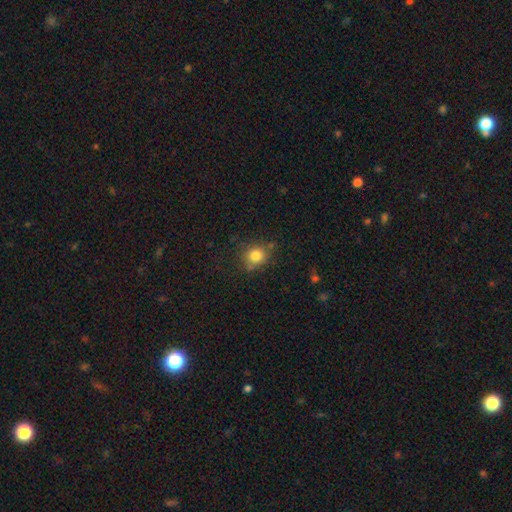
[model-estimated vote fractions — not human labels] Smooth or featured?
  - smooth: 81% *
  - star or artifact: 11%
  - featured or disk: 8%
How rounded?
  - round: 80% *
  - in between: 19%
  - cigar-shaped: 1%
Merging?
  - none: 72% *
  - minor disturbance: 17%
  - merger: 6%
  - major disturbance: 5%